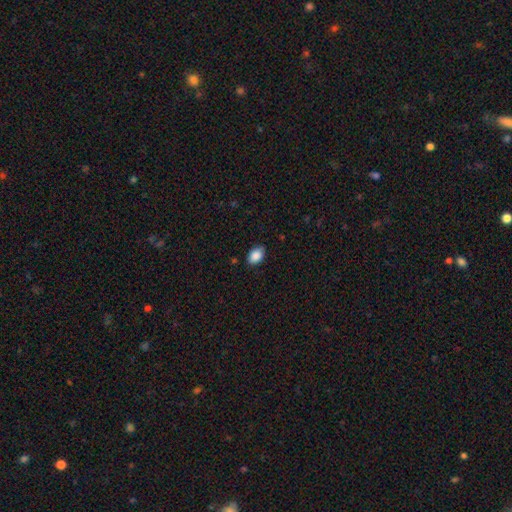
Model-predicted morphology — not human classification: smooth-or-featured: smooth: 88% | star or artifact: 8% | featured or disk: 4%
  how-rounded: in between: 86% | round: 13% | cigar-shaped: 1%
  merging: none: 84% | minor disturbance: 13% | major disturbance: 2% | merger: 1%